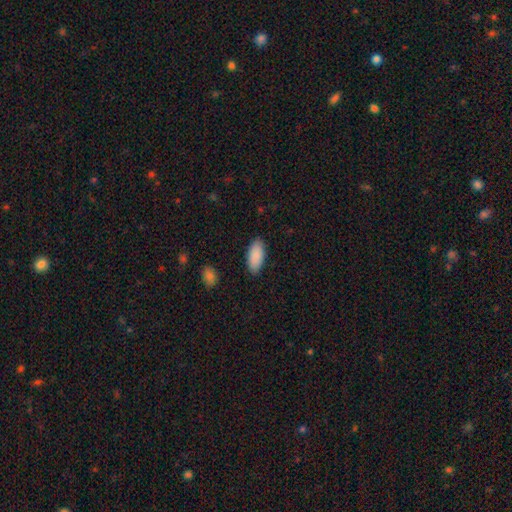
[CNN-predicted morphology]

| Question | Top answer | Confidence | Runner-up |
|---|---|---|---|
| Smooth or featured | smooth | 89% | star or artifact (6%) |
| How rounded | in between | 91% | cigar-shaped (8%) |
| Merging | none | 87% | minor disturbance (10%) |